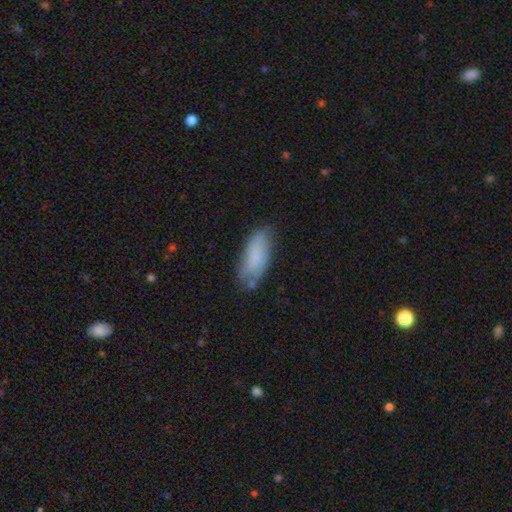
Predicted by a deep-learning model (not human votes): Morphology: type=smooth (79%); roundness=in between (77%); merging=none (60%).